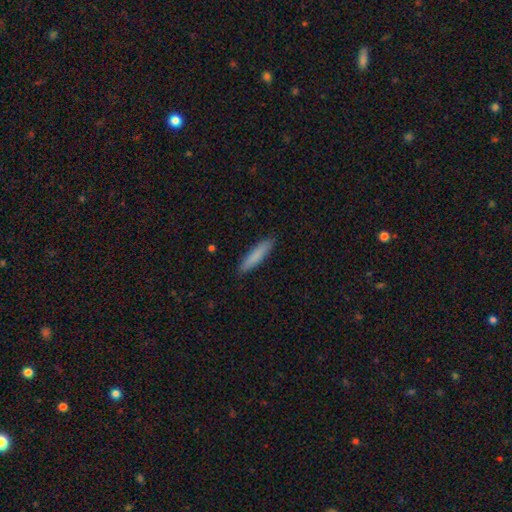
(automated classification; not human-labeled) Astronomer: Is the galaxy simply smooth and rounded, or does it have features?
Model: smooth — 83%.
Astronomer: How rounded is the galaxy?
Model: cigar-shaped — 86%.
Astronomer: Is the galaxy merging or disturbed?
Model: none — 89%.